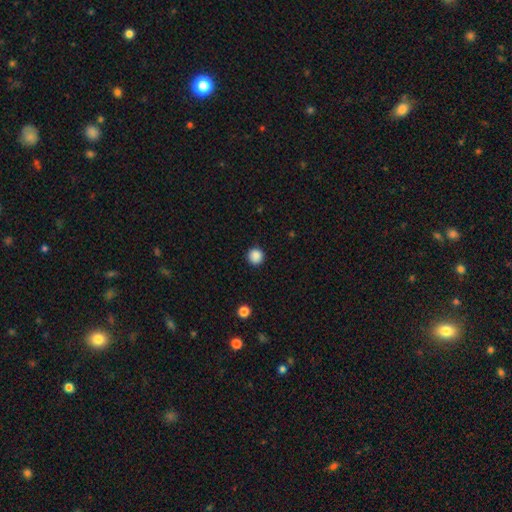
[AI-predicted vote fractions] Smooth or featured? smooth (88%)
How rounded? round (95%)
Merging? none (92%)